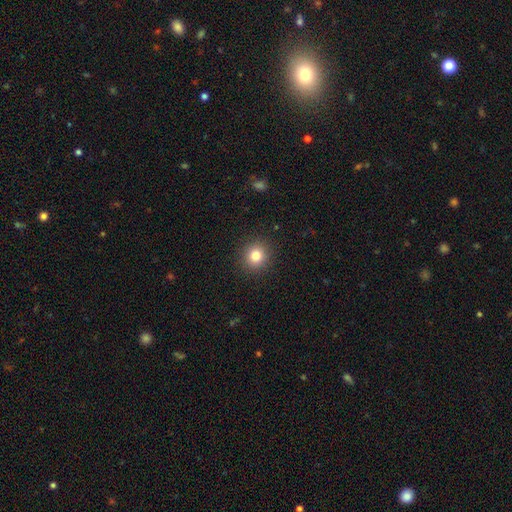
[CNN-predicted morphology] Q: Smooth or featured?
A: smooth (81%); runner-up: star or artifact (12%)
Q: How rounded?
A: round (90%); runner-up: in between (9%)
Q: Merging?
A: none (91%); runner-up: minor disturbance (6%)